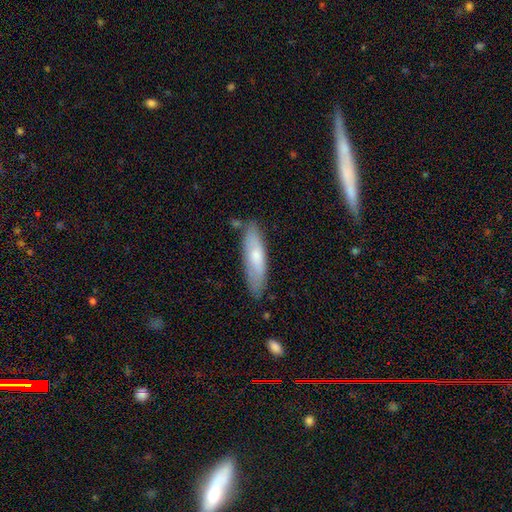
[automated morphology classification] smooth 64%, featured or disk 30%, star or artifact 6%. Down the decision tree: how rounded — cigar-shaped (65%); merging — none (77%).